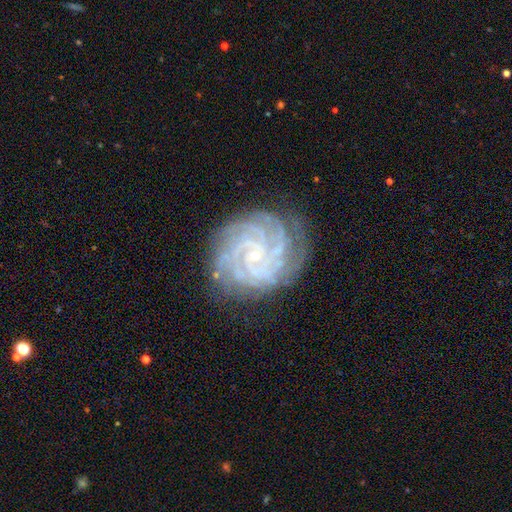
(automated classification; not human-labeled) Overall: featured or disk (89%). Edge-on disk: no (98%). Bar: no (68%). Spiral arms: yes (98%). Spiral arm count: 4 (31%; more than 4 22%). Spiral winding: tight (81%). Bulge size: small (86%). Merging: none (79%).